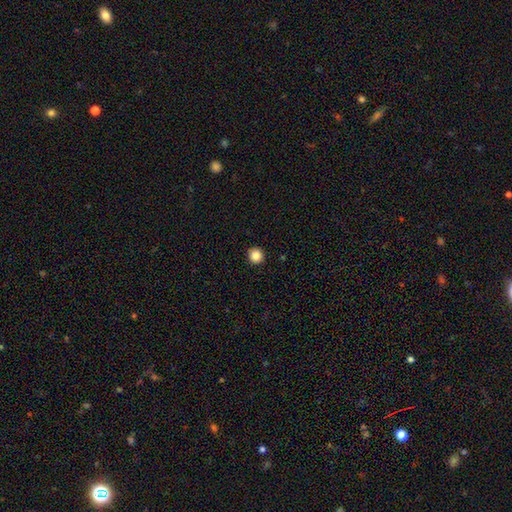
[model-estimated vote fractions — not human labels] Smooth or featured: smooth — 85% (star or artifact — 10%)
How rounded: round — 95% (in between — 4%)
Merging: none — 94% (minor disturbance — 4%)